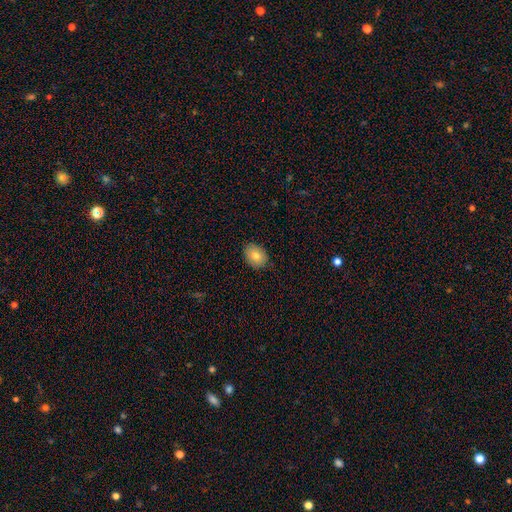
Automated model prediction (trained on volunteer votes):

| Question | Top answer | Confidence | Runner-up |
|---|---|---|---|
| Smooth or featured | smooth | 80% | featured or disk (12%) |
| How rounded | in between | 66% | round (33%) |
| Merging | none | 86% | minor disturbance (11%) |